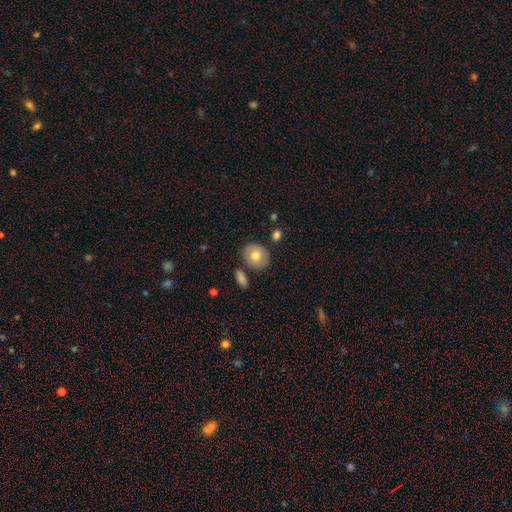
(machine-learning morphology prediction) The model was most divided on "smooth or featured": smooth: 69%, featured or disk: 25%, star or artifact: 7%. More confident: merging — none (78%); how rounded — round (72%).